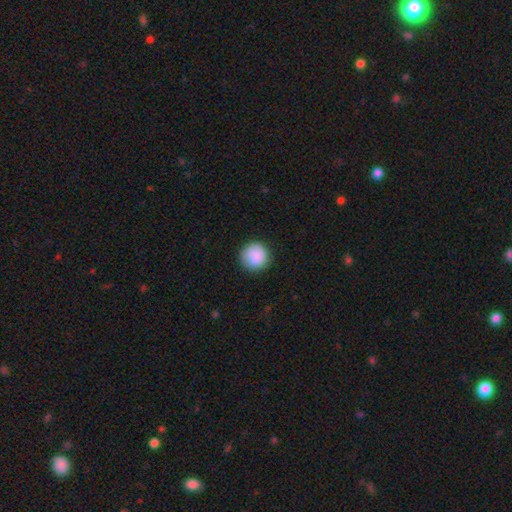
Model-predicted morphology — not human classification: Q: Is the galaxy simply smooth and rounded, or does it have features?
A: smooth — 87%.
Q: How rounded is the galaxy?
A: round — 93%.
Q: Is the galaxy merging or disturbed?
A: none — 83%.